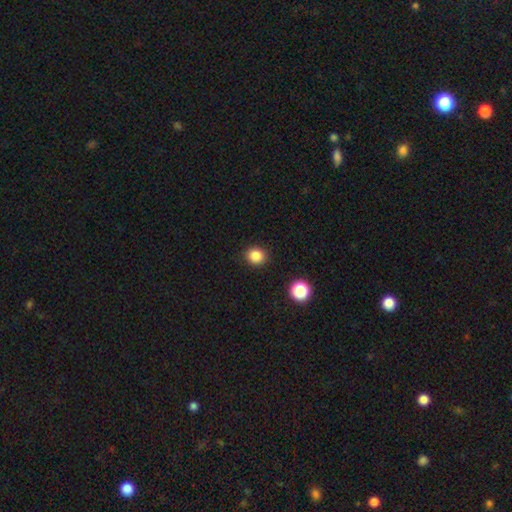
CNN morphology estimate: This appears to be a smooth galaxy with no disk features (85%) that is round (85%). Merging: none (90%).